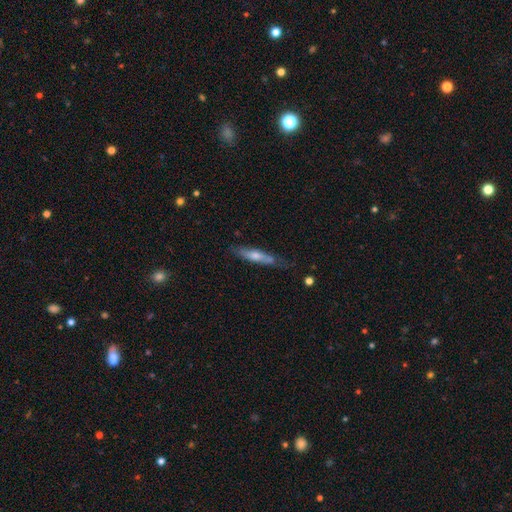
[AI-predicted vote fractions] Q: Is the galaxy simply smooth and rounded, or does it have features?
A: smooth — 51%.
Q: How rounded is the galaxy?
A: cigar-shaped — 82%.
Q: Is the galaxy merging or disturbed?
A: none — 61%.